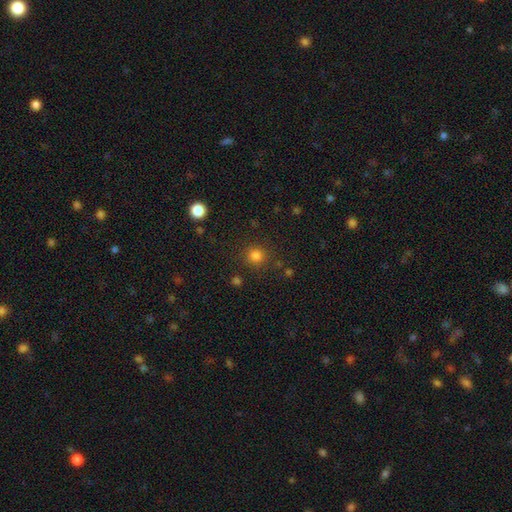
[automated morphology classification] Smooth or featured?
  - smooth: 82% *
  - star or artifact: 14%
  - featured or disk: 4%
How rounded?
  - round: 92% *
  - in between: 7%
  - cigar-shaped: 1%
Merging?
  - none: 87% *
  - minor disturbance: 8%
  - major disturbance: 3%
  - merger: 2%